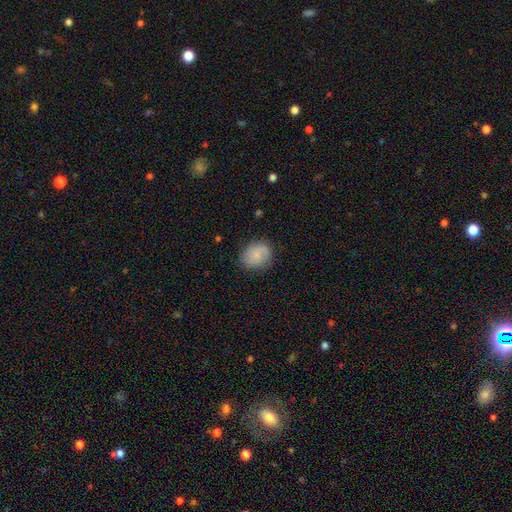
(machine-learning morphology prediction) This appears to be a smooth galaxy with no disk features (74%) that is round (65%). Merging: none (76%).